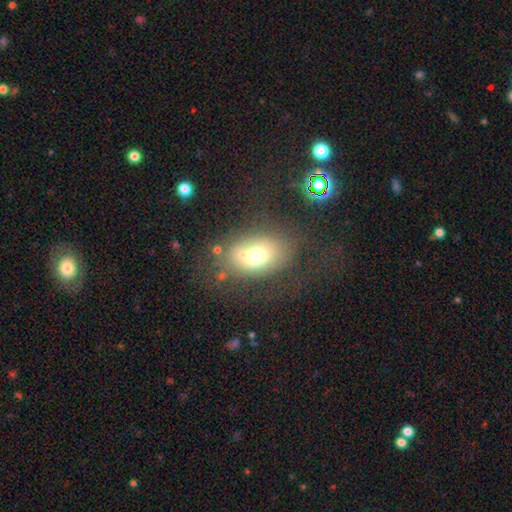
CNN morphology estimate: type=smooth (65%); roundness=in between (73%); merging=none (56%).